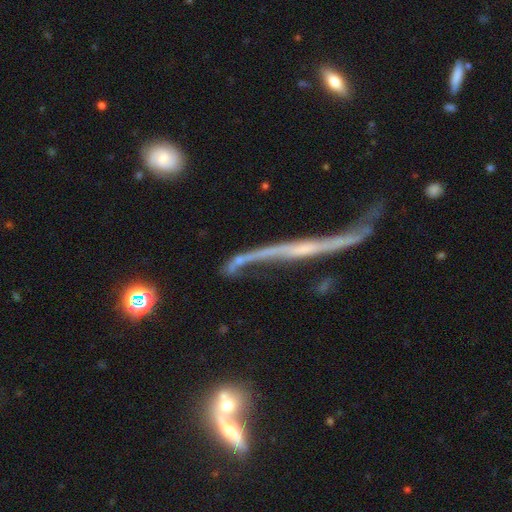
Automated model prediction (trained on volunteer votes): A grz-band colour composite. It shows a featured or disk galaxy (51%) viewed edge-on (58%). Merging: none (43%).